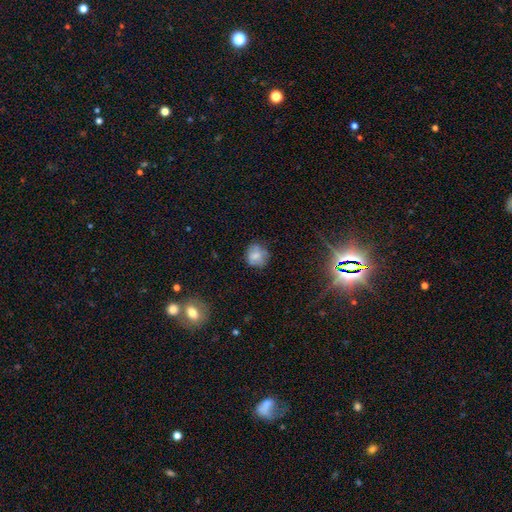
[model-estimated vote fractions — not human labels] The model was most divided on "merging": none: 72%, minor disturbance: 20%, major disturbance: 6%, merger: 2%. More confident: how rounded — round (83%); smooth or featured — smooth (75%).